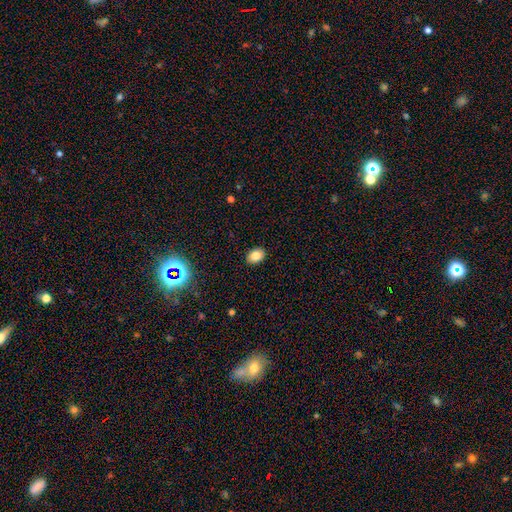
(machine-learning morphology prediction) Smooth or featured? smooth (83%)
How rounded? in between (75%)
Merging? none (90%)